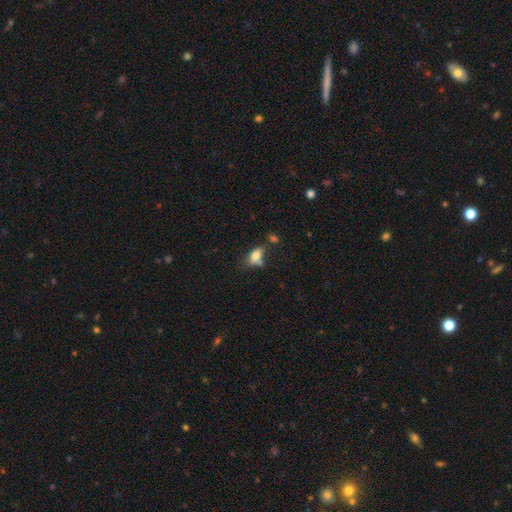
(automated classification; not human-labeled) Morphology: type=smooth (71%); roundness=in between (81%); merging=none (44%).